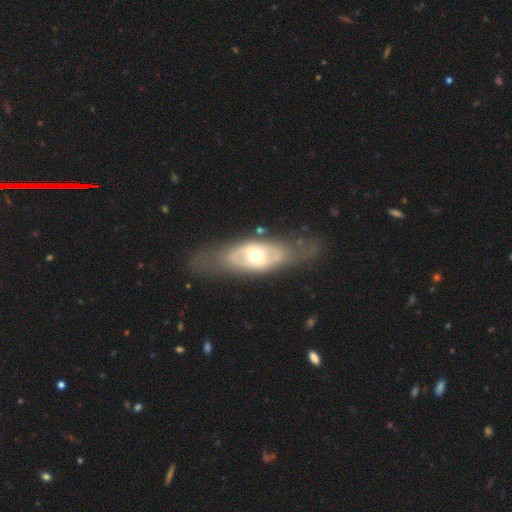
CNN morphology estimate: featured or disk 63%, smooth 32%, star or artifact 5%. Down the decision tree: edge-on disk — no (82%); bar — no (79%); spiral arms — no (78%); bulge size — moderate (65%); merging — none (69%).